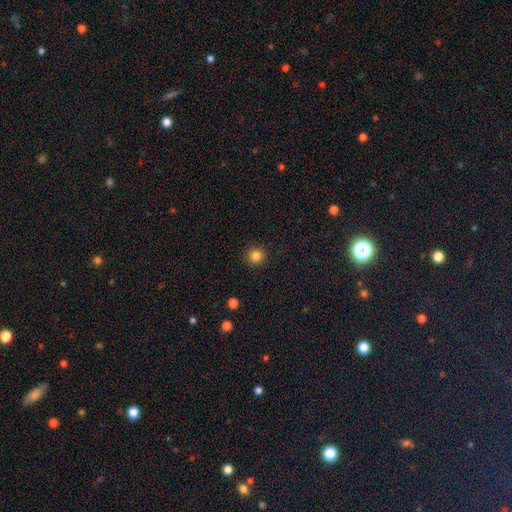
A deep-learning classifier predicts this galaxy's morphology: Smooth or featured? Predicted: smooth (p=0.84). How rounded? Predicted: round (p=0.93). Merging? Predicted: none (p=0.91).